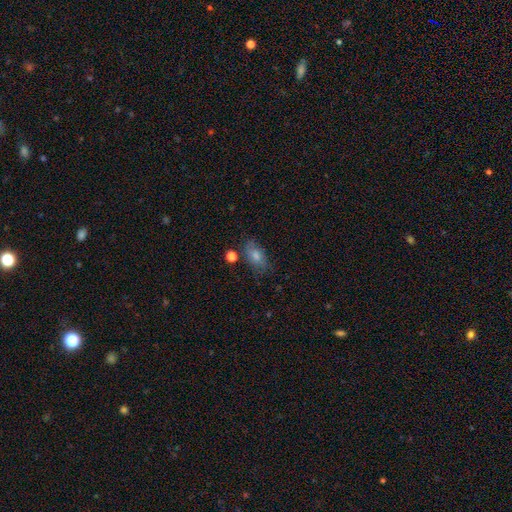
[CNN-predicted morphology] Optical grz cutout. It shows a smooth galaxy with no disk features (74%) that is in between round and cigar-shaped (87%). Merging: none (66%).